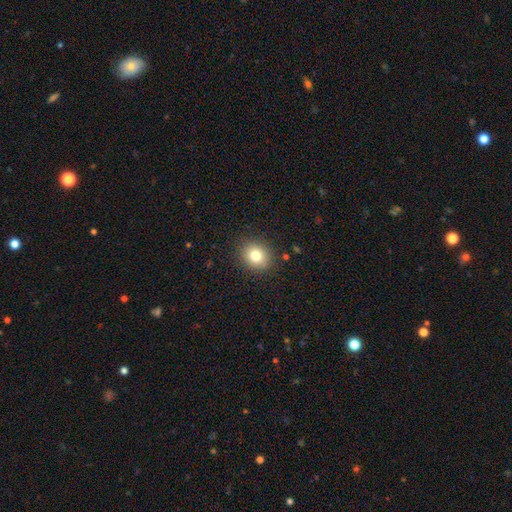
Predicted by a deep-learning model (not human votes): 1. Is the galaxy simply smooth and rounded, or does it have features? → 79% smooth, 12% star or artifact, 9% featured or disk.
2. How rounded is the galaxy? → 75% round, 24% in between, 1% cigar-shaped.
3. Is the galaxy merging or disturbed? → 89% none, 8% minor disturbance, 3% major disturbance, 1% merger.